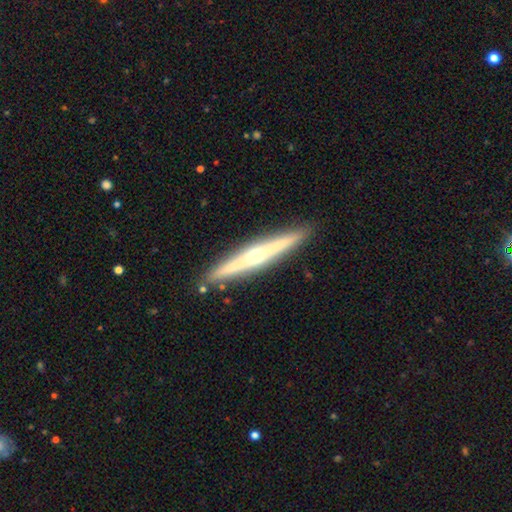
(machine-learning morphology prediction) type=featured or disk (69%); edge-on=yes (96%); edge-on bulge=rounded (83%); merging=none (90%).